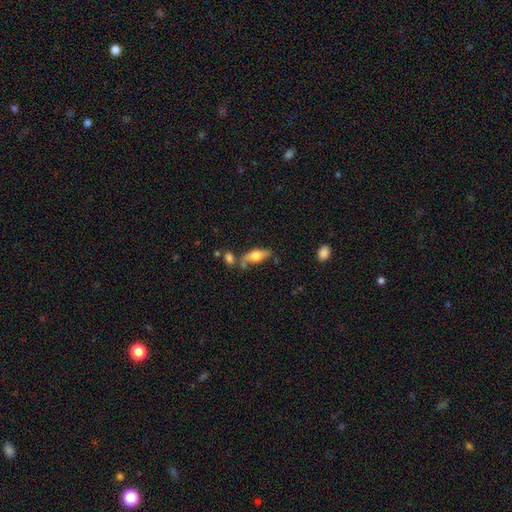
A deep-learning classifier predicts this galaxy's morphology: This is possibly a smooth galaxy (56%). How rounded: likely in between (69%). Merging: possibly none (56%).